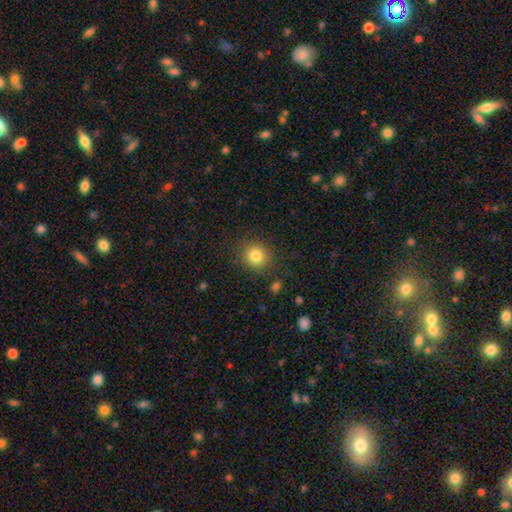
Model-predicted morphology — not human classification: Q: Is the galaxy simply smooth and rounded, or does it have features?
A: smooth — 82%.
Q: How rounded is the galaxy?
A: round — 86%.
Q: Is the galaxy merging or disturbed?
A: none — 86%.